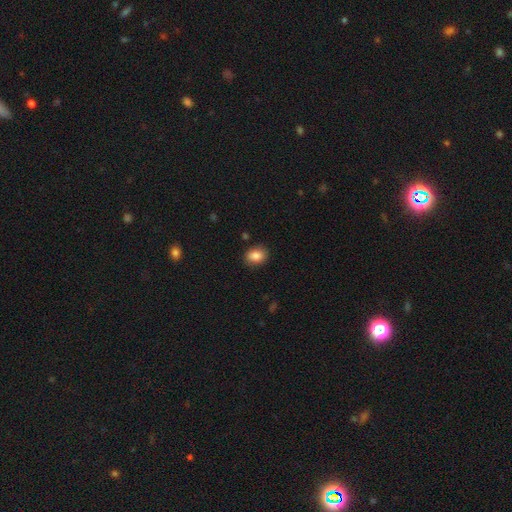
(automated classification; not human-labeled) A smooth galaxy with no disk features (86%) that is in between round and cigar-shaped (62%).

Vote fractions:
- Smooth or featured? smooth: 86% / star or artifact: 9% / featured or disk: 6%
- How rounded? in between: 62% / round: 37% / cigar-shaped: 1%
- Merging? none: 86% / minor disturbance: 10% / major disturbance: 2% / merger: 1%